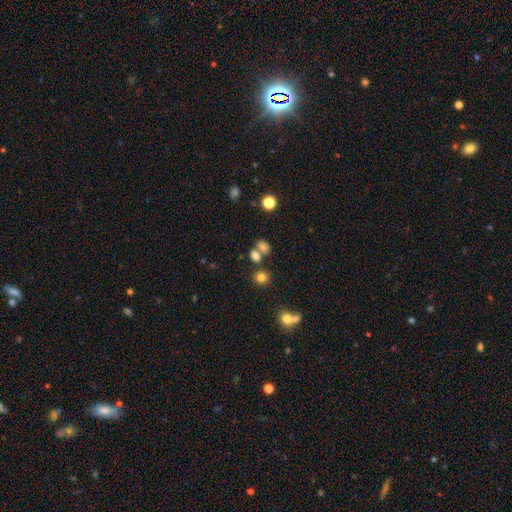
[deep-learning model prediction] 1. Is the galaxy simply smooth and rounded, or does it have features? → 75% smooth, 16% star or artifact, 10% featured or disk.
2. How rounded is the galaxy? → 54% in between, 44% round, 2% cigar-shaped.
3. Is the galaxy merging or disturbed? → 49% none, 35% merger, 10% minor disturbance, 5% major disturbance.